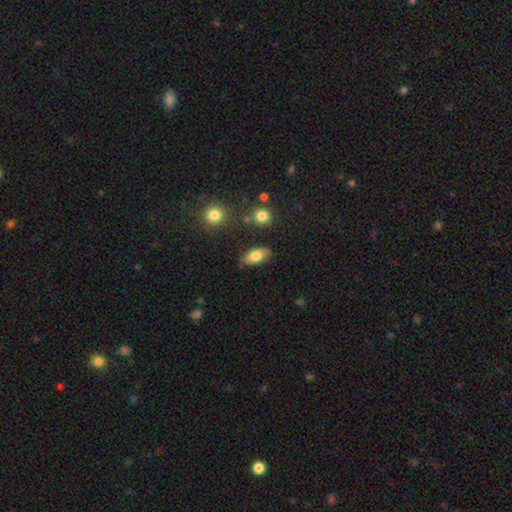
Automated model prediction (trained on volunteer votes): Overall: smooth (80%). How rounded: in between (89%). Merging: none (81%).